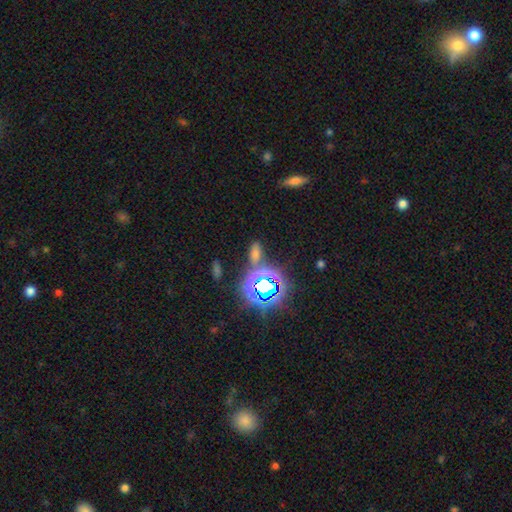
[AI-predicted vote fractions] Smooth or featured? star or artifact (53%)